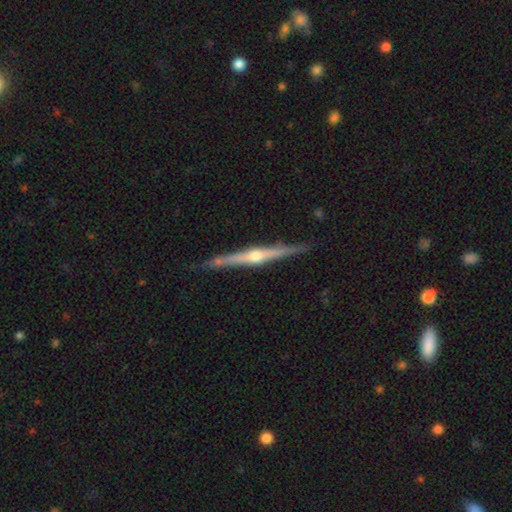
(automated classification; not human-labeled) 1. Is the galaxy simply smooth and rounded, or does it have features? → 81% featured or disk, 14% smooth, 5% star or artifact.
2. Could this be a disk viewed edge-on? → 98% yes, 2% no.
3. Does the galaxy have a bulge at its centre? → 91% rounded, 5% none, 4% boxy.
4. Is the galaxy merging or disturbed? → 87% none, 10% minor disturbance, 2% major disturbance, 1% merger.